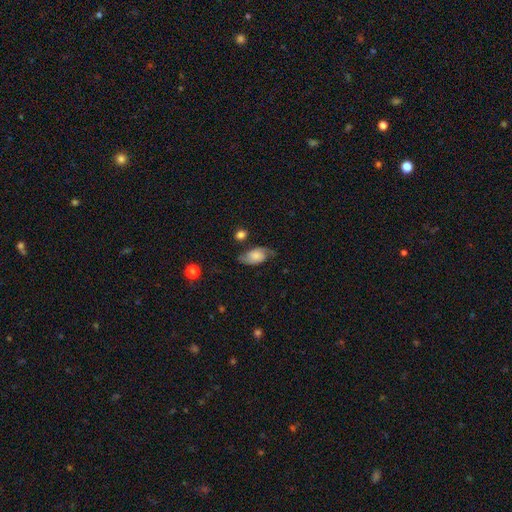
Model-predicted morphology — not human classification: A featured or disk galaxy (58%) with no bar (72%), 2 (87%) medium (41%) spiral arms (91%) and a small central bulge (35%). Merging: none (63%).